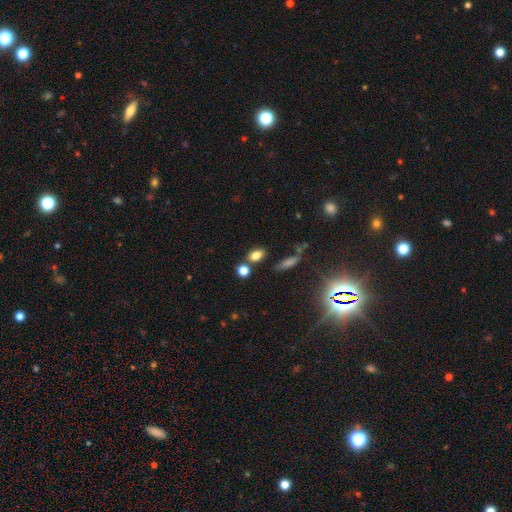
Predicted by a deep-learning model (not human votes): The model was most divided on "how rounded": in between: 74%, round: 23%, cigar-shaped: 4%. More confident: smooth or featured — smooth (80%); merging — none (71%).